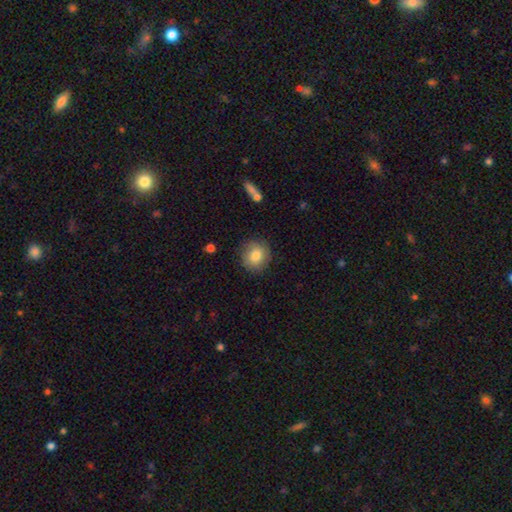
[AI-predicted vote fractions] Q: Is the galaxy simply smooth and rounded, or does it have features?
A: smooth — 81%.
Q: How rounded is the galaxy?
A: round — 89%.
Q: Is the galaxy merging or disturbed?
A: none — 86%.